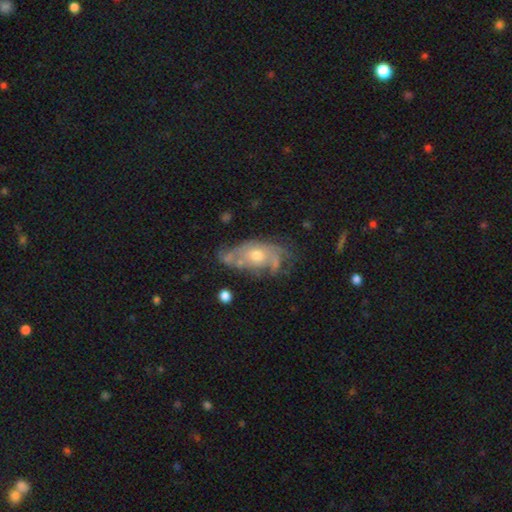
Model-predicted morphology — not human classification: A featured or disk galaxy (75%) with no bar (81%), tight (45%) spiral arms (79%) and a moderate central bulge (64%). Merging: none (48%).